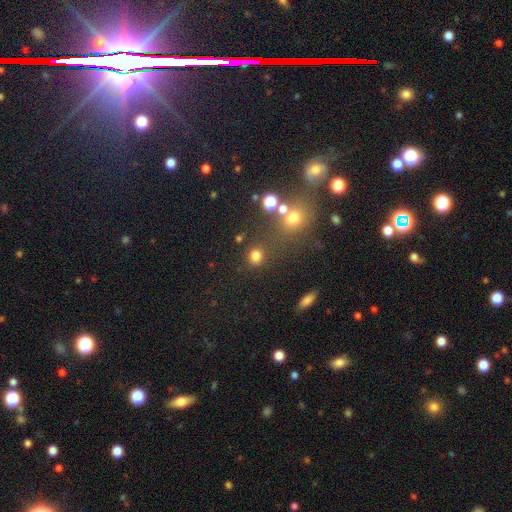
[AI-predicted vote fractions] Morphology: type=smooth (76%); roundness=round (82%); merging=none (74%).